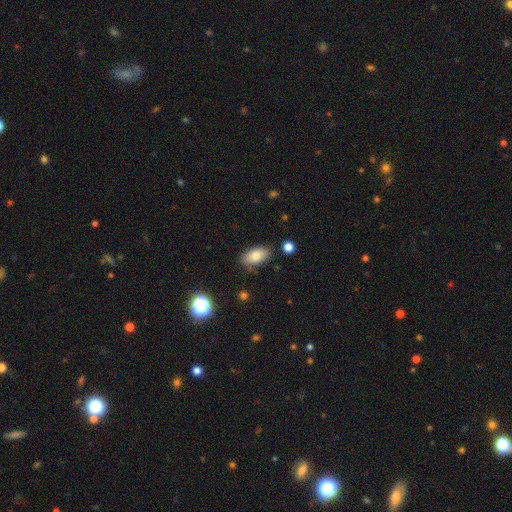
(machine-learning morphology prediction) Smooth or featured?
  - smooth: 80% *
  - featured or disk: 11%
  - star or artifact: 9%
How rounded?
  - in between: 91% *
  - round: 5%
  - cigar-shaped: 4%
Merging?
  - none: 79% *
  - minor disturbance: 15%
  - major disturbance: 3%
  - merger: 3%